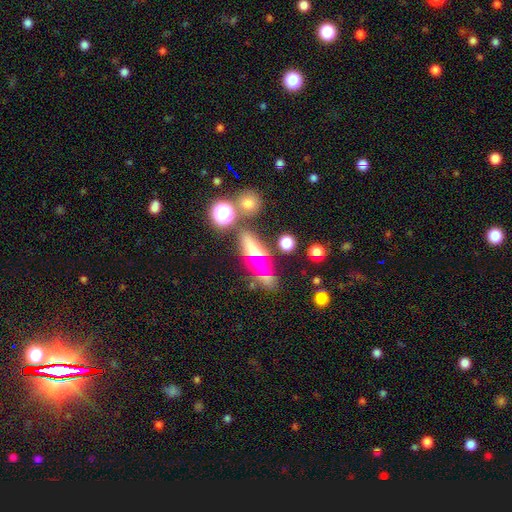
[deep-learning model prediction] A smooth galaxy with no disk features (47%).

Vote fractions:
- Smooth or featured? smooth: 47% / featured or disk: 30% / star or artifact: 23%
- Merging? none: 72% / minor disturbance: 12% / merger: 9% / major disturbance: 6%